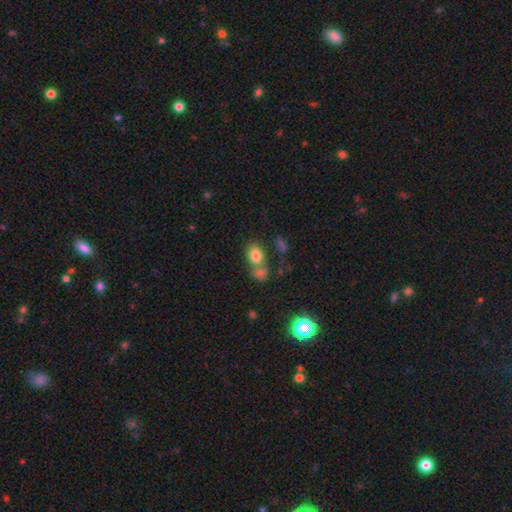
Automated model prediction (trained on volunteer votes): smooth_or_featured: smooth (p=0.79) [alt: star or artifact p=0.11]
how_rounded: in between (p=0.60) [alt: round p=0.39]
merging: none (p=0.47) [alt: merger p=0.37]